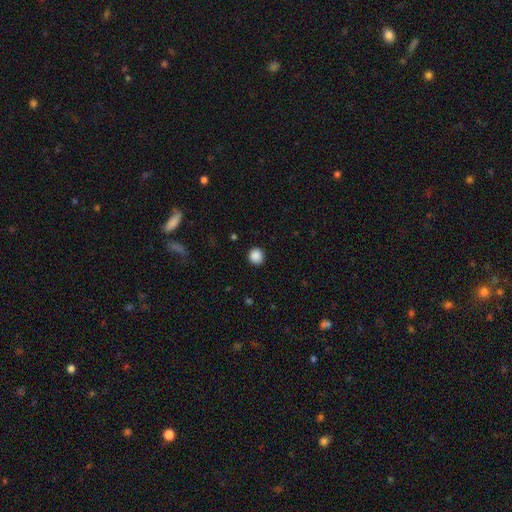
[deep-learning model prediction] Overall: smooth (88%). How rounded: round (92%). Merging: none (91%).